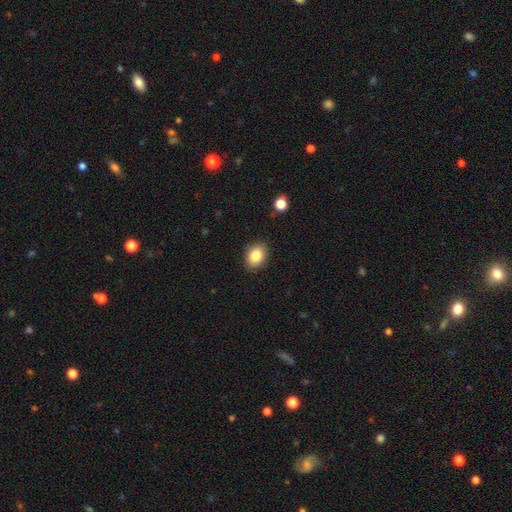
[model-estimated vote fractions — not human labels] smooth-or-featured: smooth: 84% | star or artifact: 8% | featured or disk: 7%
  how-rounded: in between: 71% | round: 28% | cigar-shaped: 1%
  merging: none: 88% | minor disturbance: 9% | major disturbance: 2% | merger: 1%